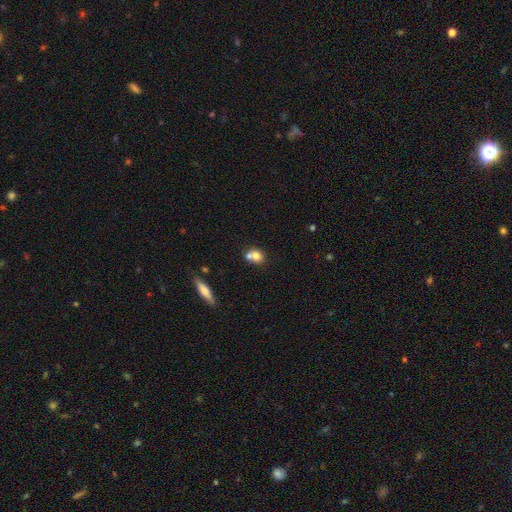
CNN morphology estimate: Q: Smooth or featured?
A: smooth (73%); runner-up: featured or disk (17%)
Q: How rounded?
A: round (68%); runner-up: in between (30%)
Q: Merging?
A: merger (49%); runner-up: none (39%)